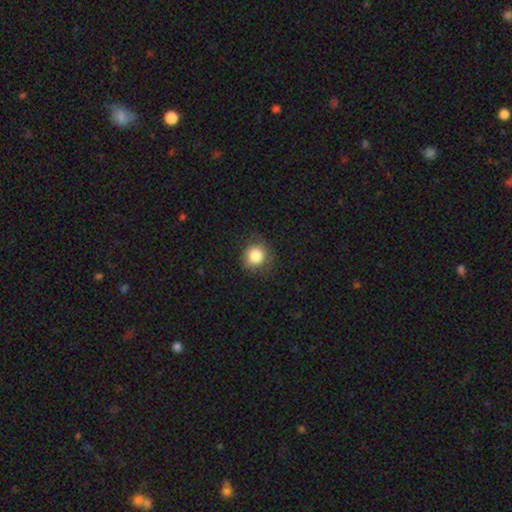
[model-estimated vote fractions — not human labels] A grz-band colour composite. It shows a smooth galaxy with no disk features (84%) that is round (89%). Merging: none (81%).